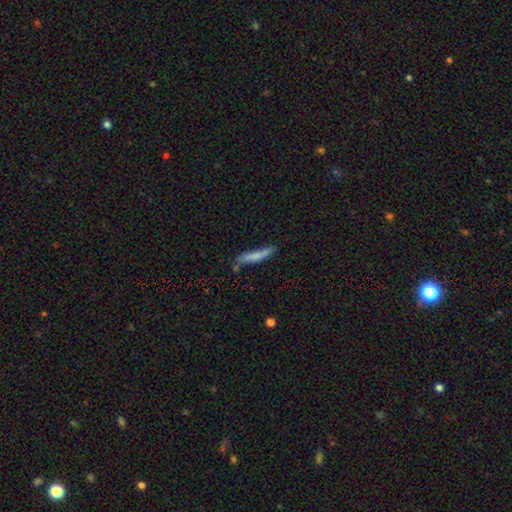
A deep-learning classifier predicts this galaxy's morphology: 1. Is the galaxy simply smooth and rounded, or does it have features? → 70% smooth, 24% featured or disk, 7% star or artifact.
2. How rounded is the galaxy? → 91% cigar-shaped, 8% in between, 2% round.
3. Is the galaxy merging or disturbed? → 63% none, 24% minor disturbance, 7% merger, 6% major disturbance.